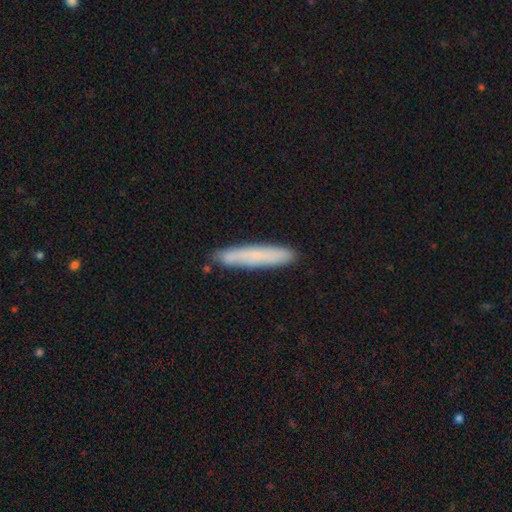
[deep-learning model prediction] The model was most divided on "smooth or featured": smooth: 70%, featured or disk: 23%, star or artifact: 7%. More confident: how rounded — cigar-shaped (93%); merging — none (85%).